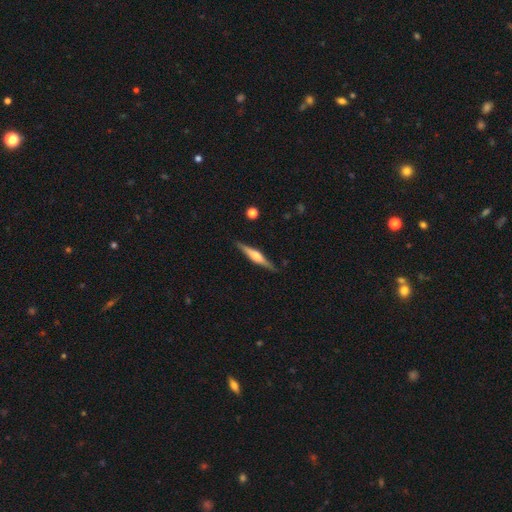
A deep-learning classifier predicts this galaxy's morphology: Smooth or featured? featured or disk (70%)
Edge-on disk? yes (98%)
Edge-on bulge? rounded (77%)
Merging? none (88%)